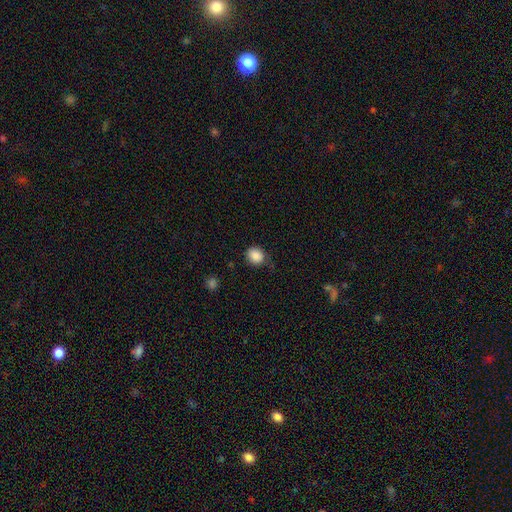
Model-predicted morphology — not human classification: This is clearly a smooth galaxy (87%). How rounded: likely round (74%). Merging: likely none (74%).